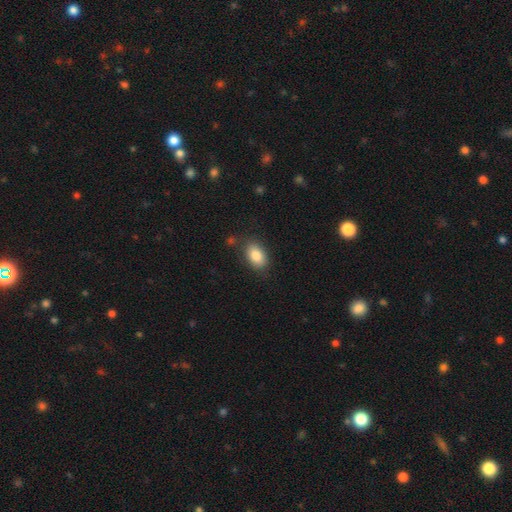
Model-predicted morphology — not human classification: This is clearly a smooth galaxy (85%). How rounded: clearly in between (90%). Merging: clearly none (80%).